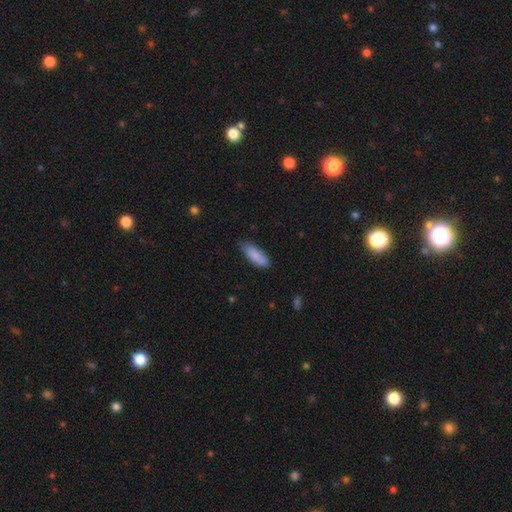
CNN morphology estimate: Smooth or featured: smooth — 87% (featured or disk — 7%)
How rounded: in between — 62% (cigar-shaped — 37%)
Merging: none — 70% (minor disturbance — 25%)